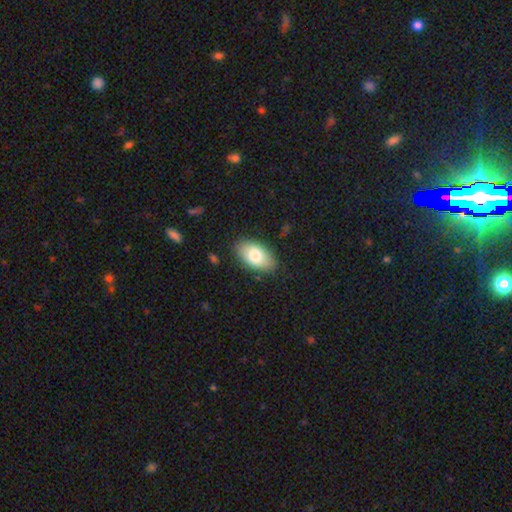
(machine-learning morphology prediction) smooth-or-featured: smooth: 78% | featured or disk: 15% | star or artifact: 7%
  how-rounded: in between: 94% | round: 5% | cigar-shaped: 2%
  merging: none: 87% | minor disturbance: 9% | major disturbance: 2% | merger: 1%